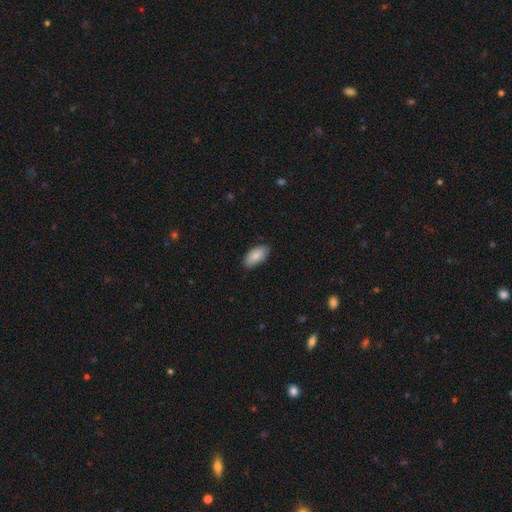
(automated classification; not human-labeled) This appears to be a smooth galaxy with no disk features (85%) that is in between round and cigar-shaped (93%). Merging: none (84%).